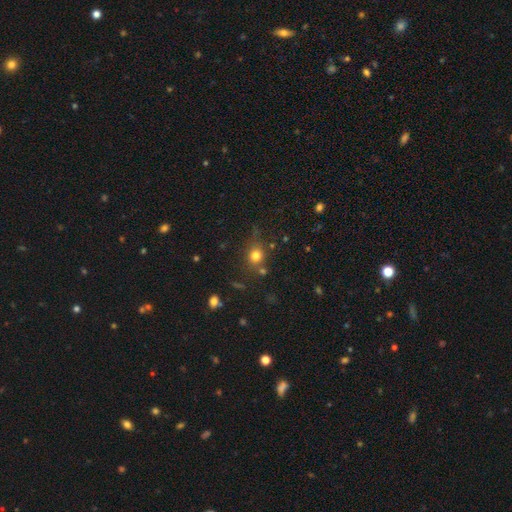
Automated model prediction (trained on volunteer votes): Overall: smooth (76%). How rounded: round (81%). Merging: none (71%).